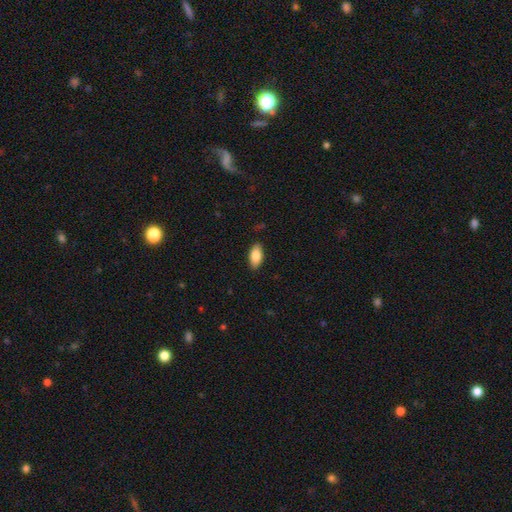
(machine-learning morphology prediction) Overall: smooth (84%). How rounded: in between (90%). Merging: none (87%).